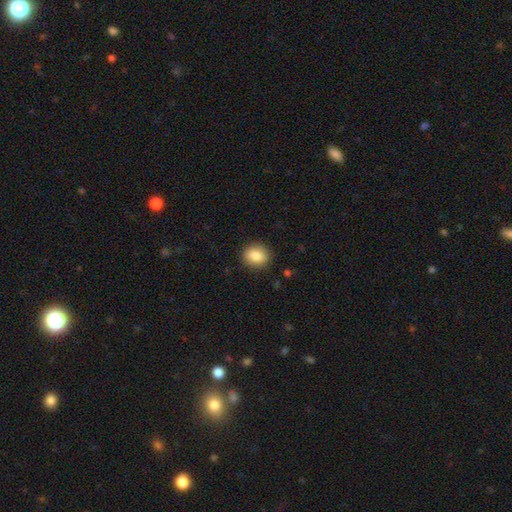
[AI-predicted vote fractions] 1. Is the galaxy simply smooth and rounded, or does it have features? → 85% smooth, 8% star or artifact, 7% featured or disk.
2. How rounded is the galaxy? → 73% round, 26% in between, 1% cigar-shaped.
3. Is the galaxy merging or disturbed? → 89% none, 7% minor disturbance, 2% major disturbance, 1% merger.